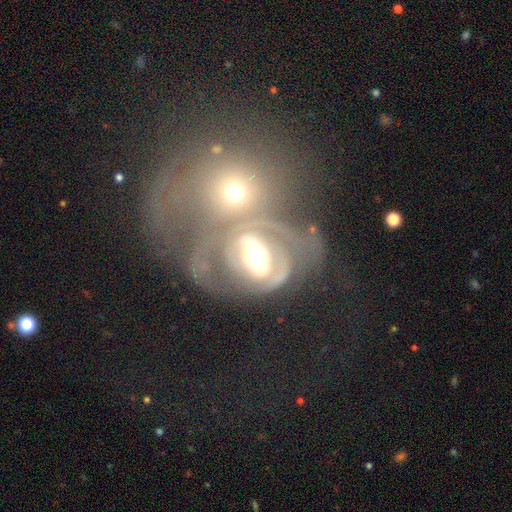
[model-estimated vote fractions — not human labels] featured or disk 76%, smooth 17%, star or artifact 7%. Down the decision tree: edge-on disk — no (96%); bar — no (47%); spiral arms — yes (70%); spiral arm count — 2 (49%); spiral winding — tight (43%); bulge size — moderate (58%); merging — merger (59%).